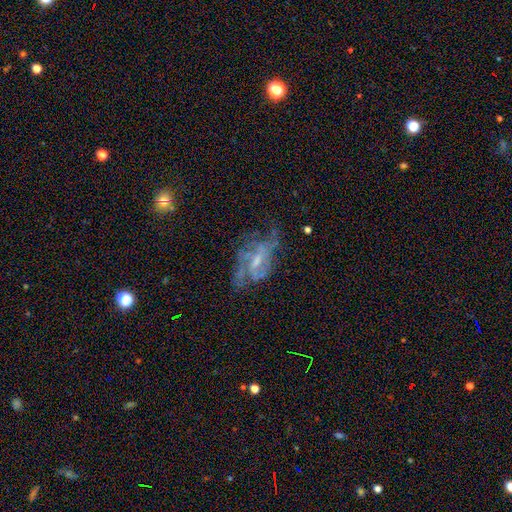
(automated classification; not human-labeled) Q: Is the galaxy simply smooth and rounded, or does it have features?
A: featured or disk — 66%.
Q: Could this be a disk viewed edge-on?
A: no — 92%.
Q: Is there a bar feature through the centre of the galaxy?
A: weak — 43%.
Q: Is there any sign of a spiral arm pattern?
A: yes — 87%.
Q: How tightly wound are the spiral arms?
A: medium — 43%.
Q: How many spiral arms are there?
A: can't tell — 30%.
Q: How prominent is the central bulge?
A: small — 61%.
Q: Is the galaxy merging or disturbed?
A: none — 65%.